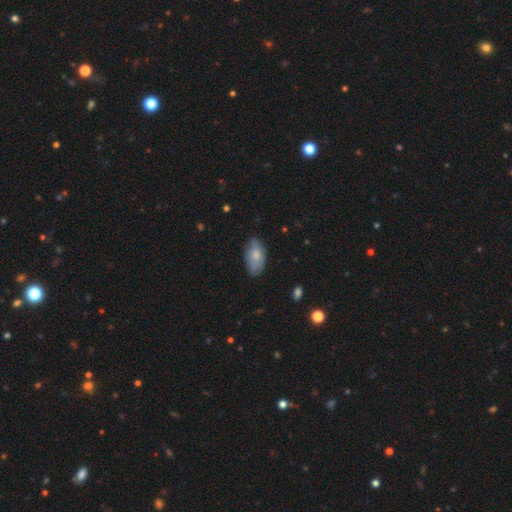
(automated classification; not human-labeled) This is likely a smooth galaxy (73%). How rounded: clearly in between (93%). Merging: likely none (66%).